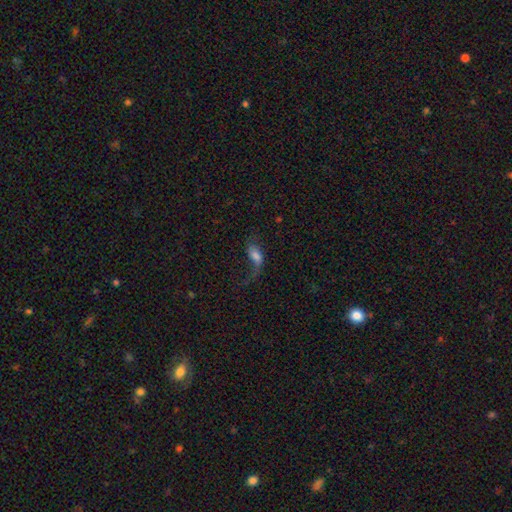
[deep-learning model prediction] Smooth or featured: smooth — 48% (featured or disk — 40%)
Merging: major disturbance — 45% (none — 32%)